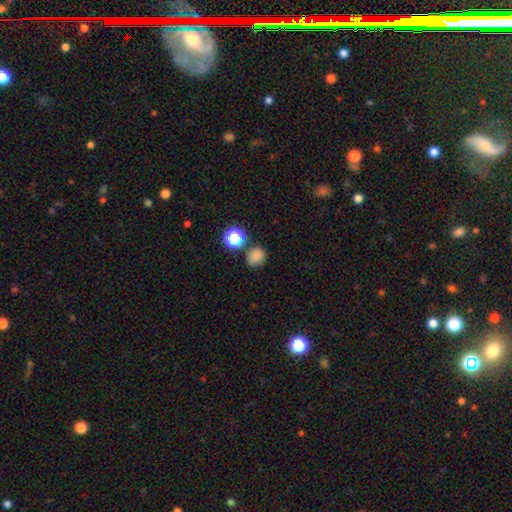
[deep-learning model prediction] smooth-or-featured: smooth: 78% | star or artifact: 16% | featured or disk: 5%
  how-rounded: round: 75% | in between: 24% | cigar-shaped: 1%
  merging: none: 75% | minor disturbance: 13% | merger: 9% | major disturbance: 4%